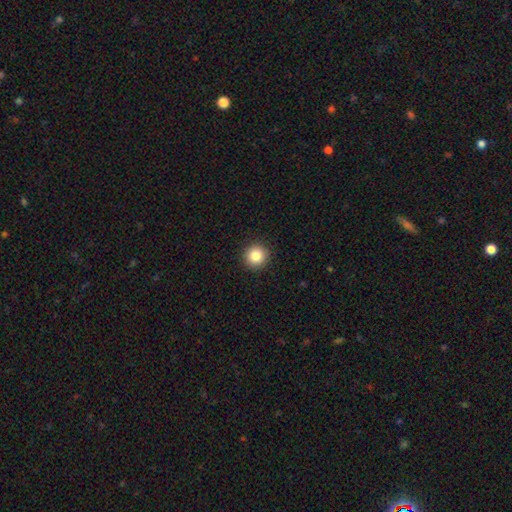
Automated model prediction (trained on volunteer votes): smooth 84%, star or artifact 10%, featured or disk 6%. Down the decision tree: how rounded — round (94%); merging — none (93%).